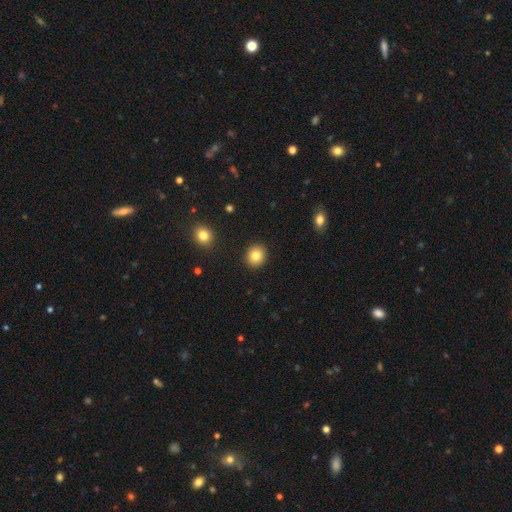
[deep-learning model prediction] This appears to be a smooth galaxy with no disk features (83%) that is round (72%). Merging: none (91%).